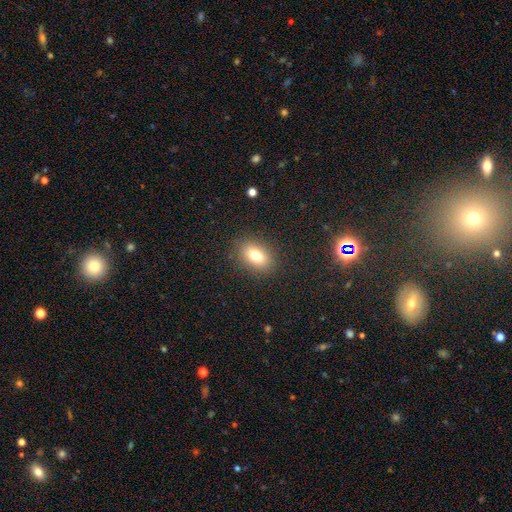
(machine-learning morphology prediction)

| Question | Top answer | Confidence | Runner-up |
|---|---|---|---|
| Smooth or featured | smooth | 78% | featured or disk (12%) |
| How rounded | in between | 80% | round (18%) |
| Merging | none | 87% | minor disturbance (9%) |